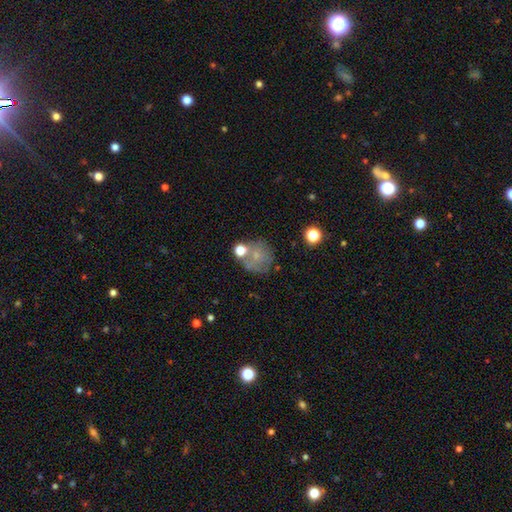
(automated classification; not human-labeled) Smooth or featured?
  - smooth: 58% *
  - featured or disk: 27%
  - star or artifact: 15%
How rounded?
  - round: 86% *
  - in between: 13%
  - cigar-shaped: 1%
Merging?
  - none: 55% *
  - merger: 18%
  - minor disturbance: 17%
  - major disturbance: 10%